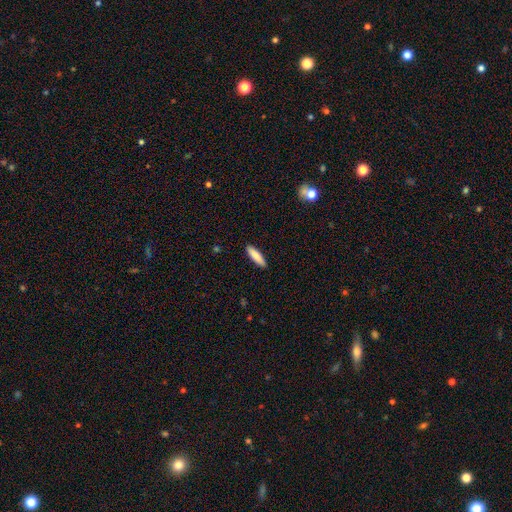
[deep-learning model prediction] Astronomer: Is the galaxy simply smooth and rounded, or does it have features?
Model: smooth — 84%.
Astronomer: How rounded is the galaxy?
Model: cigar-shaped — 66%.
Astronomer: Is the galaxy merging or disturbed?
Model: none — 91%.